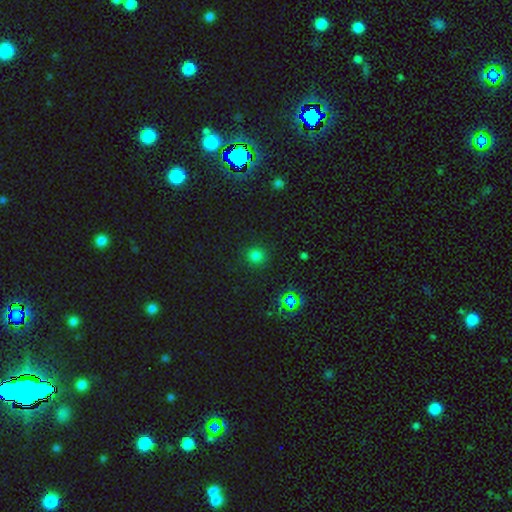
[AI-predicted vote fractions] This is likely a smooth galaxy (75%). How rounded: clearly round (89%). Merging: clearly none (88%).